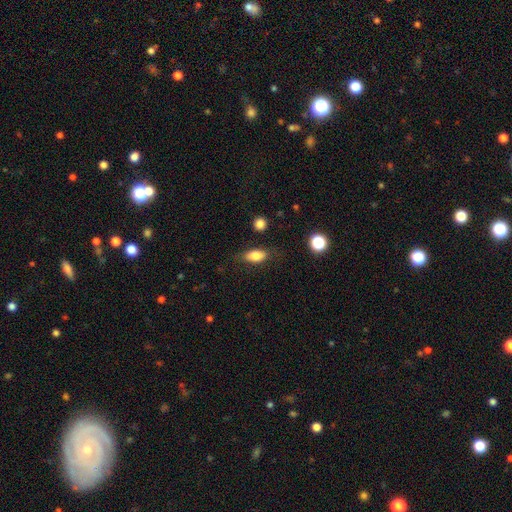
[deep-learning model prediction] Smooth or featured?
  - smooth: 80% *
  - featured or disk: 12%
  - star or artifact: 8%
How rounded?
  - in between: 83% *
  - cigar-shaped: 10%
  - round: 6%
Merging?
  - none: 77% *
  - minor disturbance: 16%
  - major disturbance: 5%
  - merger: 2%